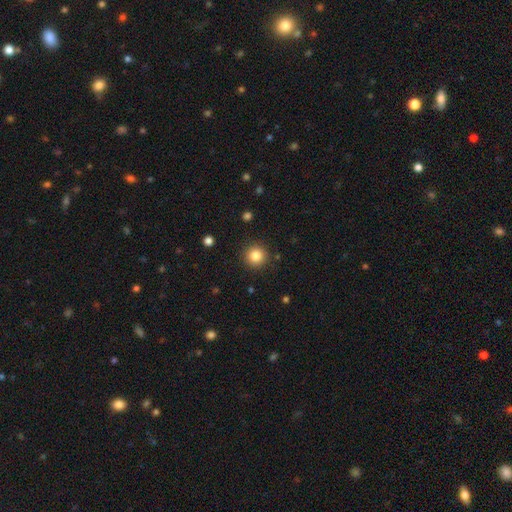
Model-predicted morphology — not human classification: Smooth or featured? smooth (85%)
How rounded? round (95%)
Merging? none (91%)